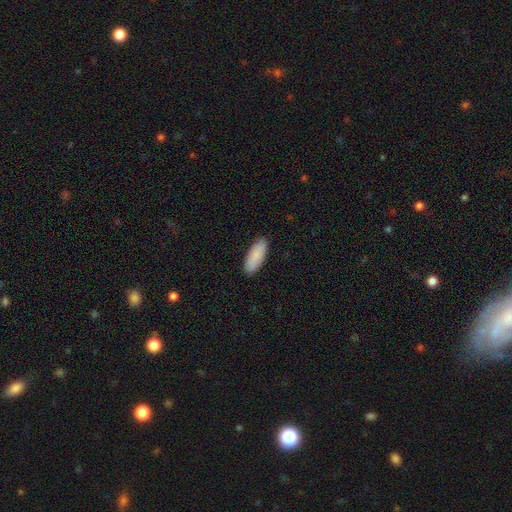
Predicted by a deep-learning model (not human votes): This is clearly a smooth galaxy (89%). How rounded: likely in between (72%). Merging: clearly none (89%).